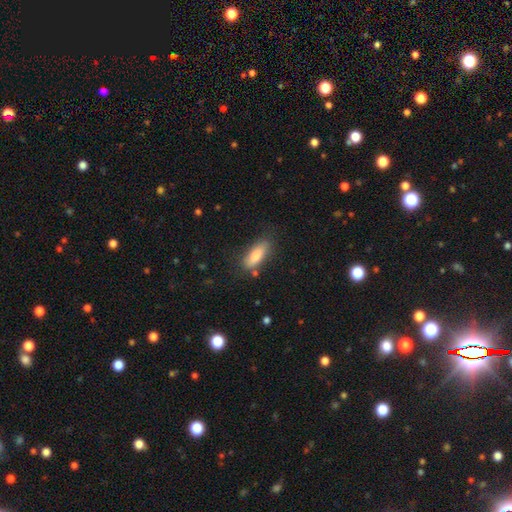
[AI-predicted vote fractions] A smooth galaxy with no disk features (81%) that is in between round and cigar-shaped (71%). Merging: none (74%).